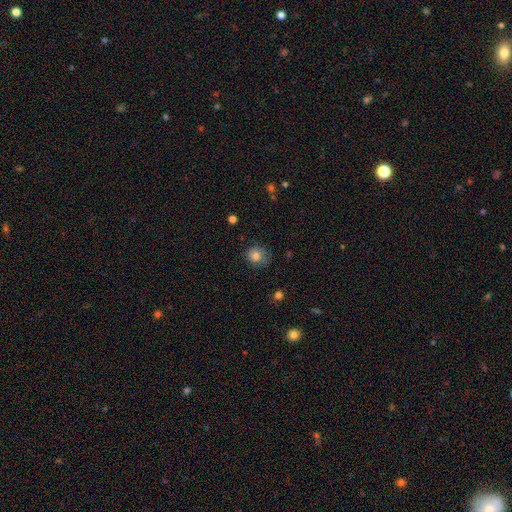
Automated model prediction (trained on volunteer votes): Smooth or featured? Predicted: smooth (p=0.79). How rounded? Predicted: round (p=0.76). Merging? Predicted: none (p=0.66).